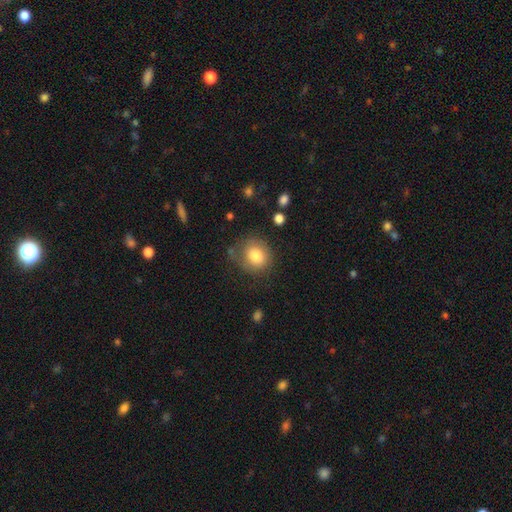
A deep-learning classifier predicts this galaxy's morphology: Smooth or featured? smooth (78%)
How rounded? round (70%)
Merging? none (66%)